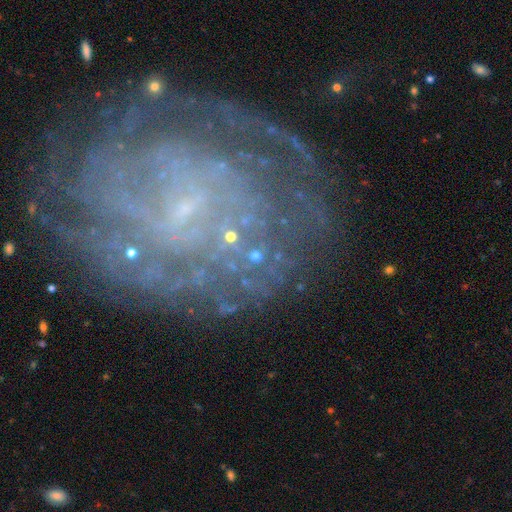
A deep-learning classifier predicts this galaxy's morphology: type=star or artifact (45%).